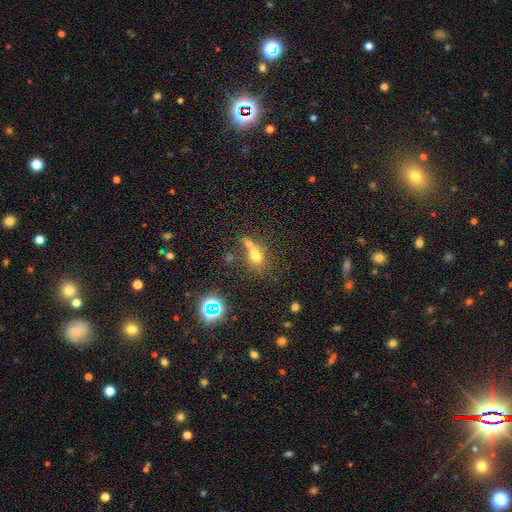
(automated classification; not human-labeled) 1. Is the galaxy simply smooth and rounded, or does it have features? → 58% smooth, 23% star or artifact, 19% featured or disk.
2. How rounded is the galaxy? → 66% round, 31% in between, 3% cigar-shaped.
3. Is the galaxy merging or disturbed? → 49% merger, 36% none, 9% minor disturbance, 7% major disturbance.